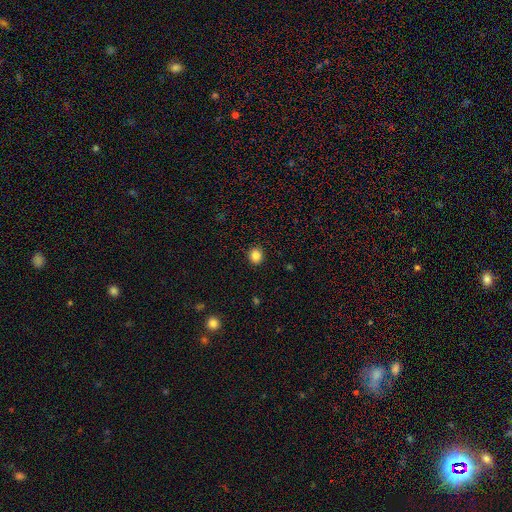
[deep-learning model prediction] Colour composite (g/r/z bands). It shows a smooth galaxy with no disk features (85%) that is round (79%). Merging: none (92%).